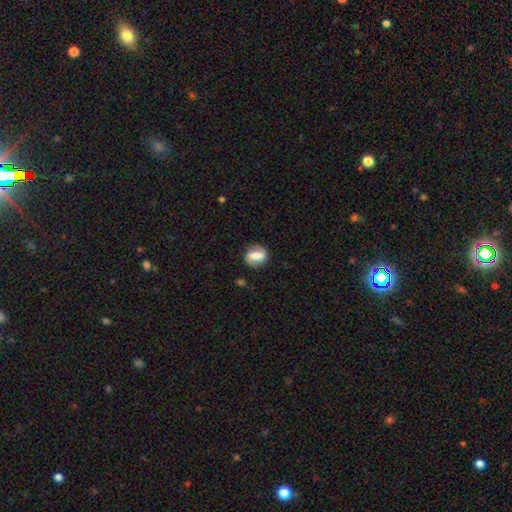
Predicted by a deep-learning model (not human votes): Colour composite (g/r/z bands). It shows a featured or disk galaxy (47%). Merging: none (80%).